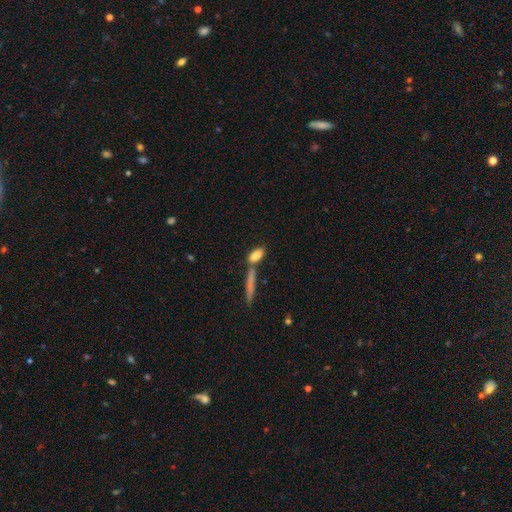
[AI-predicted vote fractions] smooth_or_featured: smooth (p=0.79) [alt: featured or disk p=0.13]
how_rounded: in between (p=0.65) [alt: cigar-shaped p=0.30]
merging: none (p=0.52) [alt: merger p=0.30]